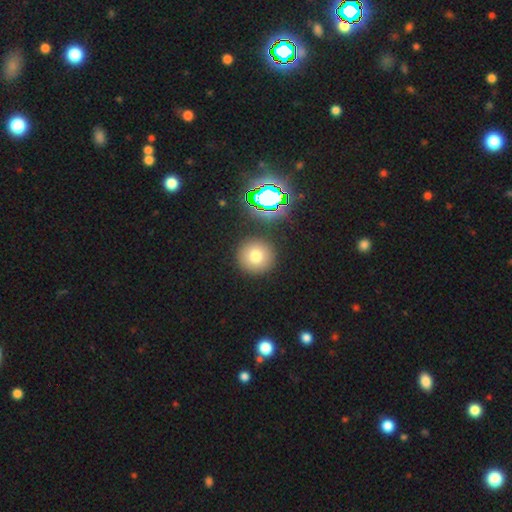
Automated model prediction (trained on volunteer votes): Q: Smooth or featured?
A: smooth (74%); runner-up: star or artifact (16%)
Q: How rounded?
A: round (95%); runner-up: in between (4%)
Q: Merging?
A: none (90%); runner-up: minor disturbance (6%)